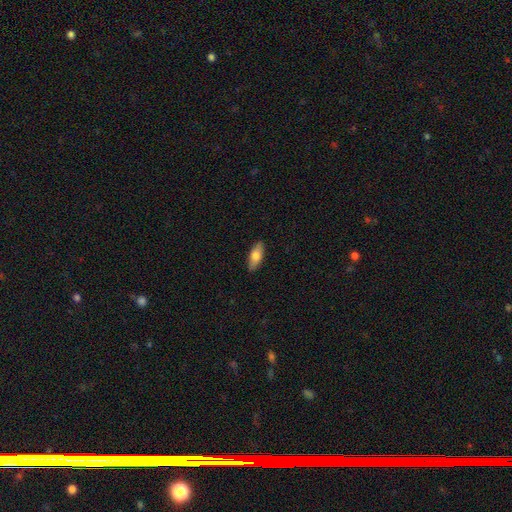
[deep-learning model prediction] Smooth or featured: smooth — 72% (featured or disk — 22%)
How rounded: in between — 75% (cigar-shaped — 22%)
Merging: none — 89% (minor disturbance — 8%)